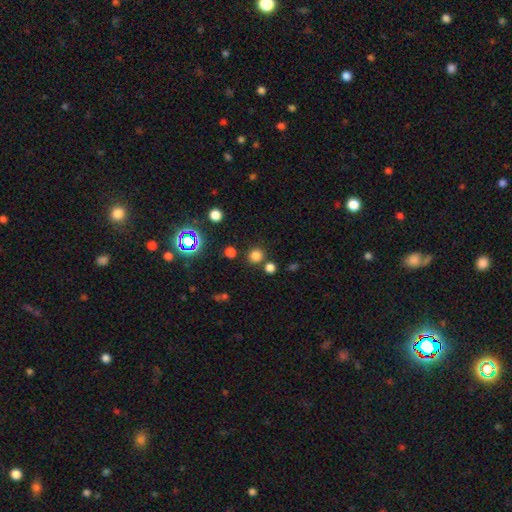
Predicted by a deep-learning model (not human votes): smooth-or-featured: smooth: 75% | star or artifact: 20% | featured or disk: 5%
  how-rounded: round: 88% | in between: 11% | cigar-shaped: 1%
  merging: none: 79% | merger: 11% | minor disturbance: 7% | major disturbance: 3%